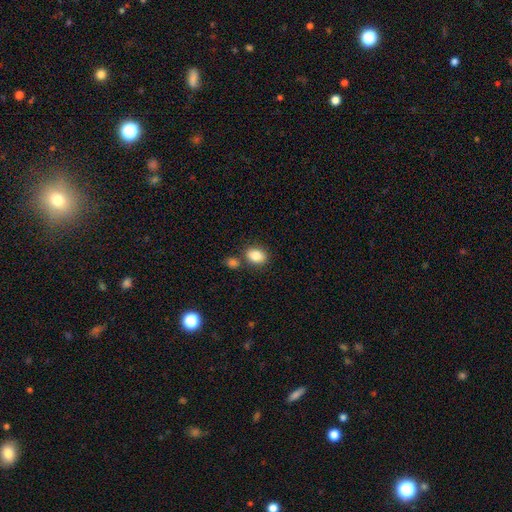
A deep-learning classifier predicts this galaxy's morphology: Smooth or featured: smooth — 85% (star or artifact — 8%)
How rounded: in between — 70% (round — 29%)
Merging: none — 71% (merger — 15%)